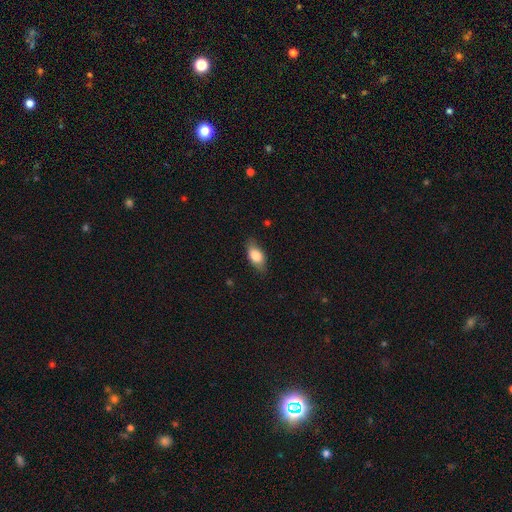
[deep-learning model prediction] Smooth or featured?
  - smooth: 79% *
  - featured or disk: 14%
  - star or artifact: 7%
How rounded?
  - in between: 87% *
  - cigar-shaped: 7%
  - round: 5%
Merging?
  - none: 81% *
  - minor disturbance: 15%
  - major disturbance: 3%
  - merger: 1%